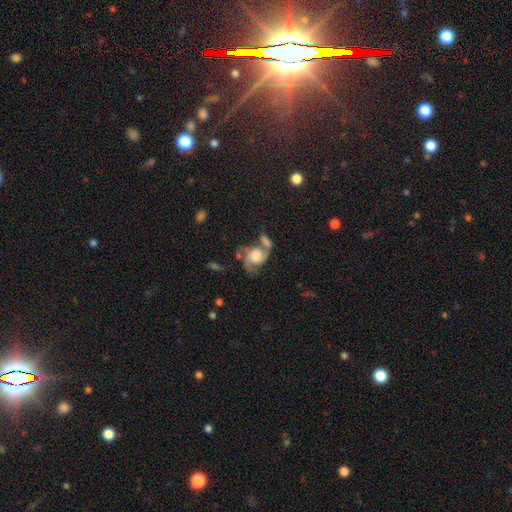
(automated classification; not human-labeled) Smooth or featured? Predicted: featured or disk (p=0.77). Edge-on disk? Predicted: no (p=0.97). Bar? Predicted: no (p=0.71). Spiral arms? Predicted: yes (p=0.93). Spiral winding? Predicted: medium (p=0.47). Spiral arm count? Predicted: 2 (p=0.78). Bulge size? Predicted: large (p=0.37). Merging? Predicted: merger (p=0.33, tied with none).